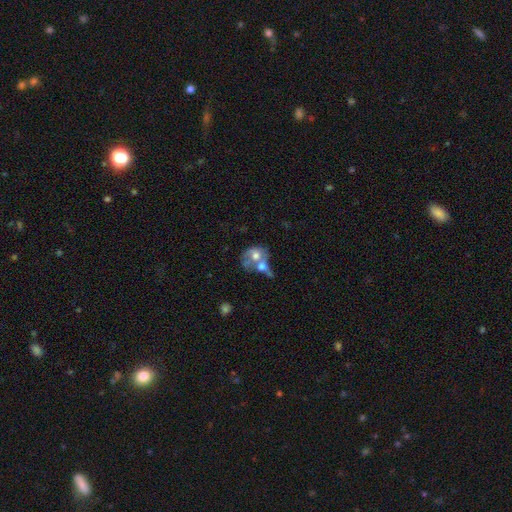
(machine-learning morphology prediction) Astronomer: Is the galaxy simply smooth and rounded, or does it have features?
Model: smooth — 54% (runner-up: featured or disk, 38%).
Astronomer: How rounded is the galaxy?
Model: round — 54% (runner-up: in between, 44%).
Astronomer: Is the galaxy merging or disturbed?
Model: merger — 70%.